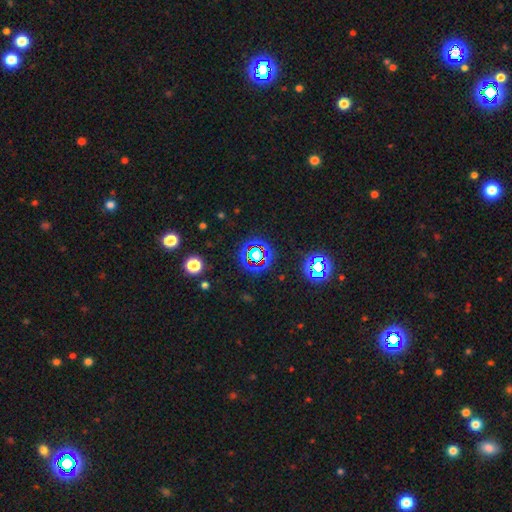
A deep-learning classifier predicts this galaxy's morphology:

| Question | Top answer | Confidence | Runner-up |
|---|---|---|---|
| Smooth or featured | star or artifact | 73% | smooth (16%) |